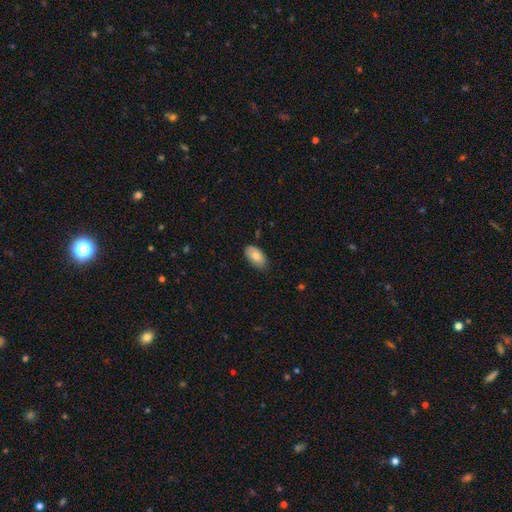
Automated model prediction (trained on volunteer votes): The model was most divided on "merging": none: 79%, minor disturbance: 17%, major disturbance: 3%, merger: 1%. More confident: how rounded — in between (94%); smooth or featured — smooth (79%).